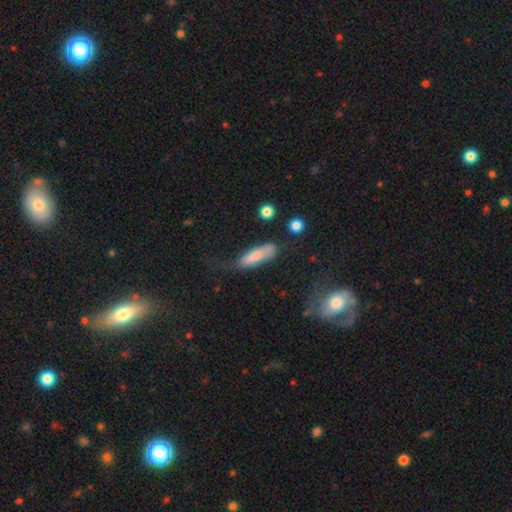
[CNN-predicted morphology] A smooth galaxy with no disk features (73%) that is cigar-shaped (52%). Merging: none (40%).